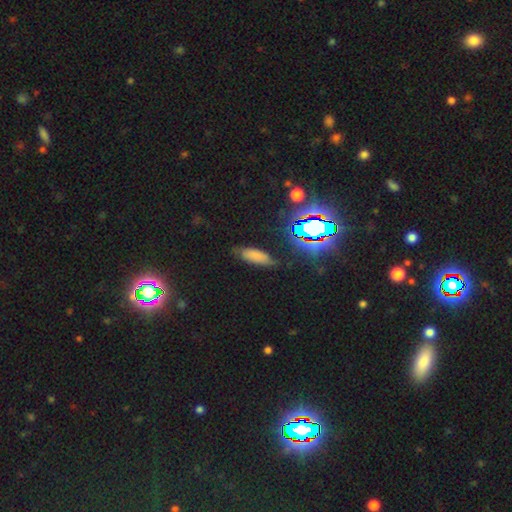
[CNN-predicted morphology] Smooth or featured?
  - smooth: 66% *
  - star or artifact: 20%
  - featured or disk: 14%
How rounded?
  - in between: 67% *
  - cigar-shaped: 31%
  - round: 3%
Merging?
  - none: 71% *
  - minor disturbance: 21%
  - major disturbance: 6%
  - merger: 2%